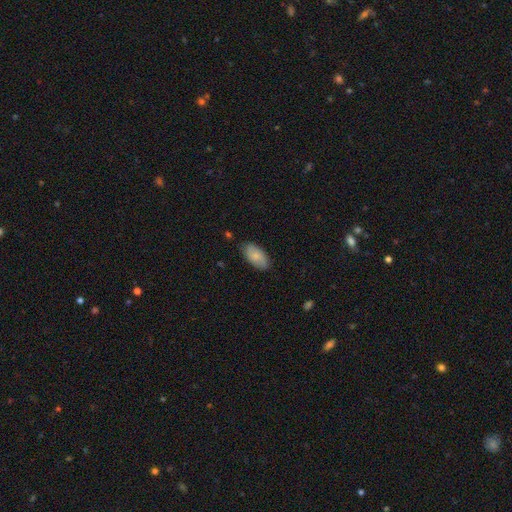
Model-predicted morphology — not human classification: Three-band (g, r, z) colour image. It shows a smooth galaxy with no disk features (74%) that is in between round and cigar-shaped (94%). Merging: none (81%).